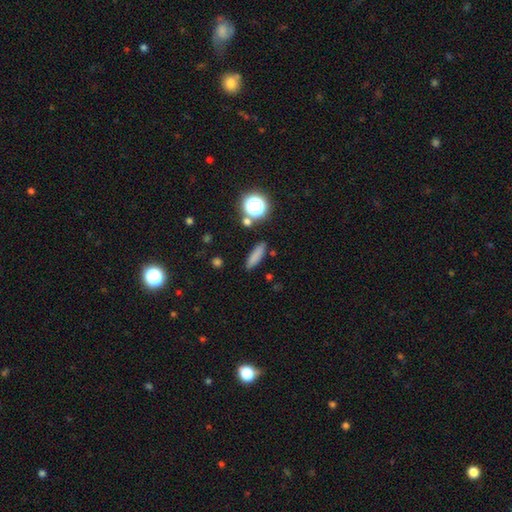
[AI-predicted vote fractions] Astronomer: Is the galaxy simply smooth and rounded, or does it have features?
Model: smooth — 78%.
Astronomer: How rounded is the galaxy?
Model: cigar-shaped — 66%.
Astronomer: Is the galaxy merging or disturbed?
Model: none — 85%.